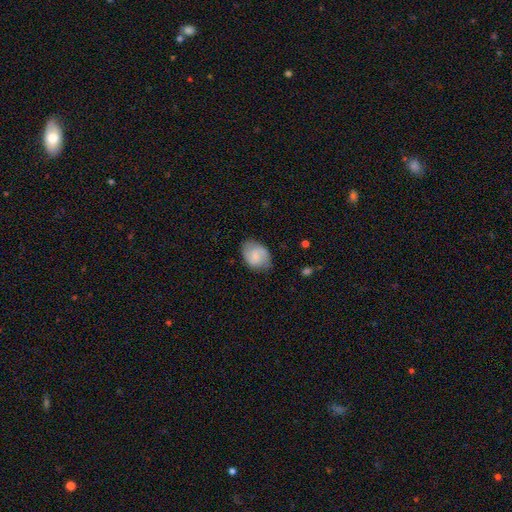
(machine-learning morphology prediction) smooth-or-featured: smooth: 53% | featured or disk: 40% | star or artifact: 7%
  how-rounded: in between: 70% | round: 29% | cigar-shaped: 1%
  merging: none: 74% | minor disturbance: 20% | major disturbance: 5% | merger: 1%